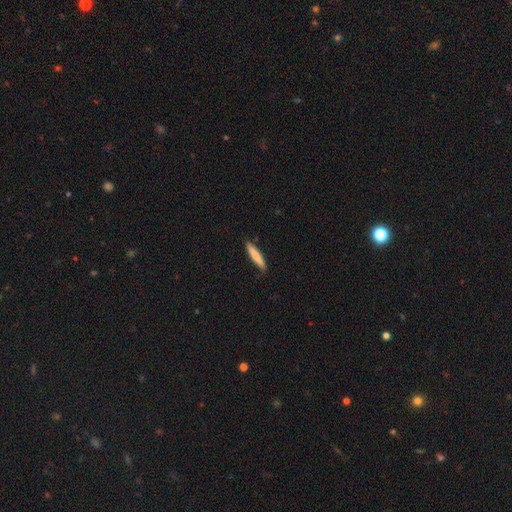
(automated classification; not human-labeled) smooth 77%, featured or disk 18%, star or artifact 5%. Down the decision tree: how rounded — cigar-shaped (90%); merging — none (87%).